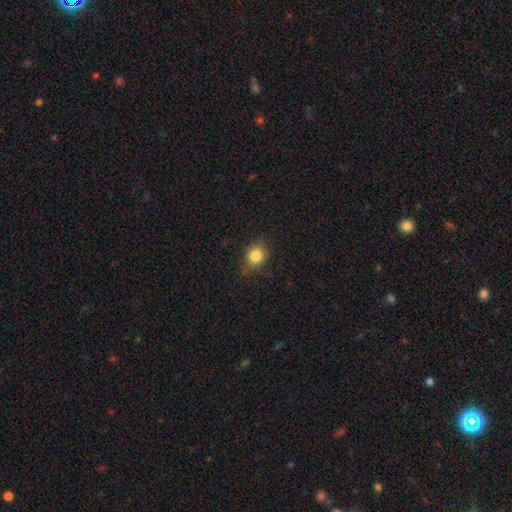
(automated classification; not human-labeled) The model was most divided on "how rounded": round: 66%, in between: 33%, cigar-shaped: 1%. More confident: smooth or featured — smooth (83%); merging — none (77%).